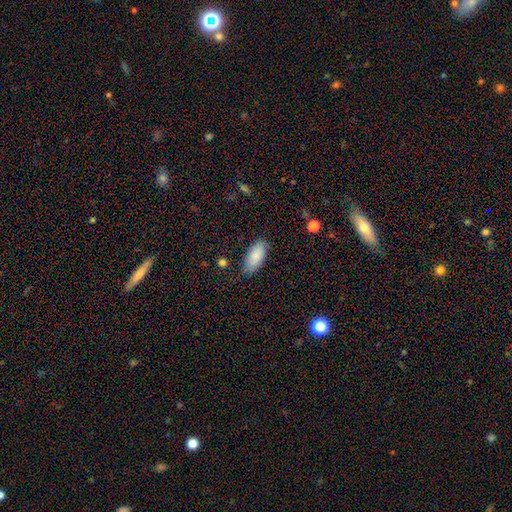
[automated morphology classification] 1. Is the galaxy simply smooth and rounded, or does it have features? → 86% smooth, 8% featured or disk, 6% star or artifact.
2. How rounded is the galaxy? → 91% in between, 7% cigar-shaped, 2% round.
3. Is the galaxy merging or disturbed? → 78% none, 18% minor disturbance, 3% major disturbance, 2% merger.